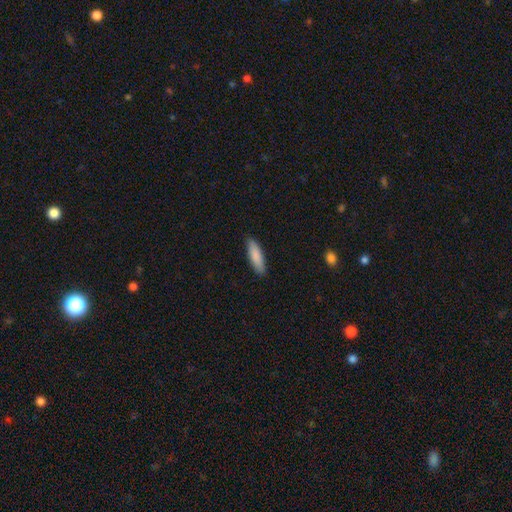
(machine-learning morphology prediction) Smooth or featured: smooth — 87% (featured or disk — 8%)
How rounded: cigar-shaped — 54% (in between — 45%)
Merging: none — 88% (minor disturbance — 9%)